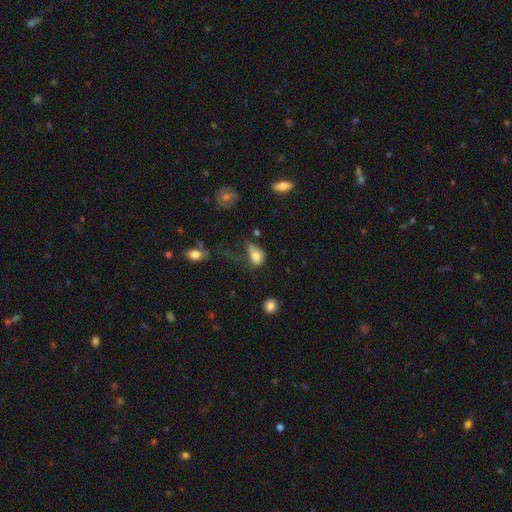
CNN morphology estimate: Smooth or featured? smooth (76%)
How rounded? in between (79%)
Merging? major disturbance (42%)